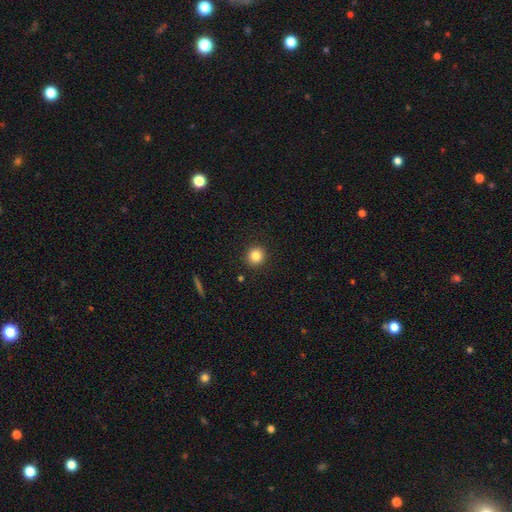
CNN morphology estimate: The model was most divided on "smooth or featured": smooth: 84%, star or artifact: 11%, featured or disk: 5%. More confident: how rounded — round (93%); merging — none (92%).